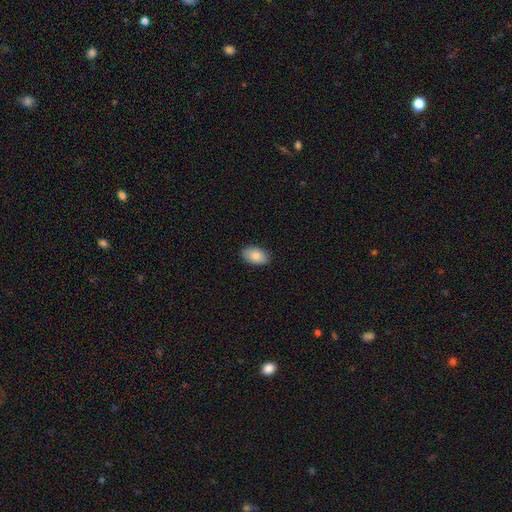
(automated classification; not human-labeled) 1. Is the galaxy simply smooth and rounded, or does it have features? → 87% smooth, 7% featured or disk, 6% star or artifact.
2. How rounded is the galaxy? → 93% in between, 6% round, 1% cigar-shaped.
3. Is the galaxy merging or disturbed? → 88% none, 9% minor disturbance, 2% major disturbance, 1% merger.